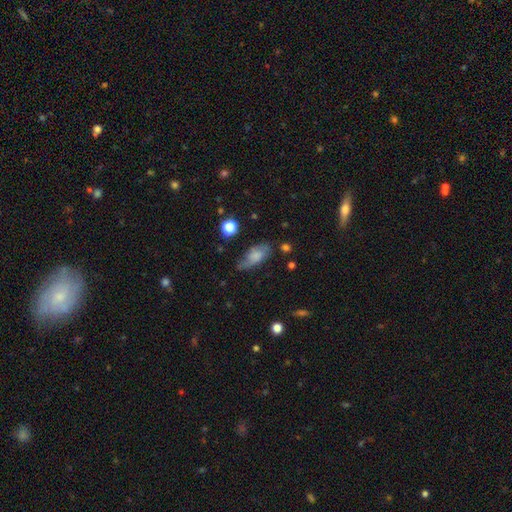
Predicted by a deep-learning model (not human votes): The model was most divided on "merging": none: 54%, minor disturbance: 32%, major disturbance: 11%, merger: 3%. More confident: how rounded — in between (83%); smooth or featured — smooth (67%).